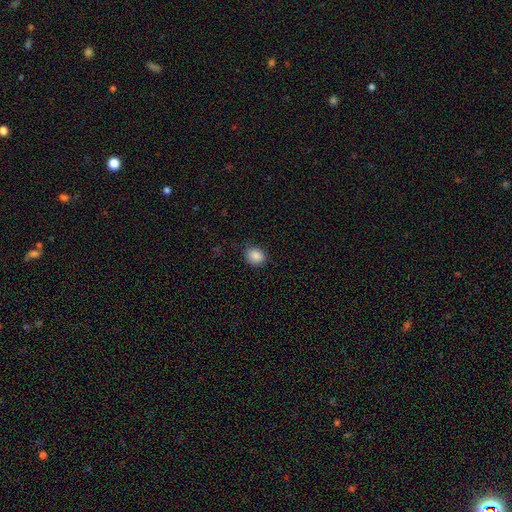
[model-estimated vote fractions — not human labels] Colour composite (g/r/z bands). It shows a smooth galaxy with no disk features (87%) that is round (57%). Merging: none (80%).